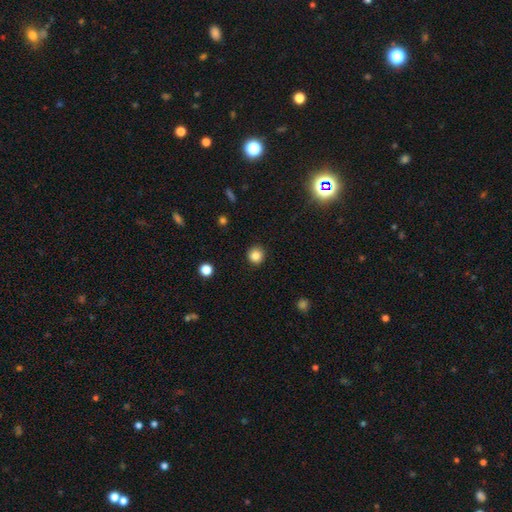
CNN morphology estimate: Smooth or featured? Predicted: smooth (p=0.84). How rounded? Predicted: round (p=0.93). Merging? Predicted: none (p=0.91).